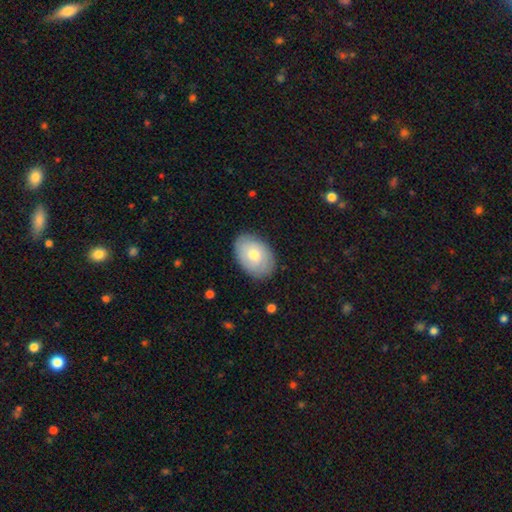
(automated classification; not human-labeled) Q: Smooth or featured?
A: smooth (65%); runner-up: featured or disk (29%)
Q: How rounded?
A: in between (83%); runner-up: round (15%)
Q: Merging?
A: none (84%); runner-up: minor disturbance (12%)